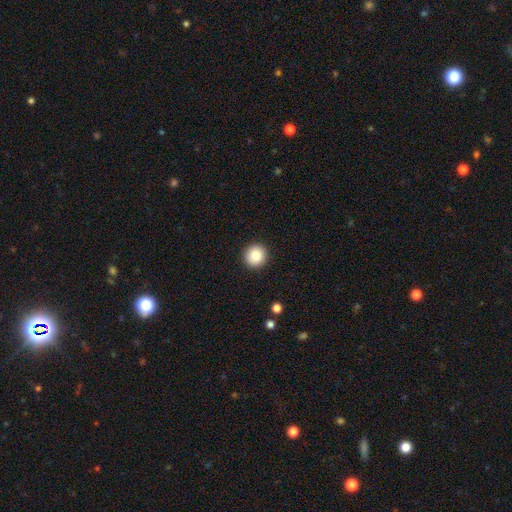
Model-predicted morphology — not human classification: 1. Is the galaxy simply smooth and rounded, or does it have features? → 83% smooth, 9% star or artifact, 8% featured or disk.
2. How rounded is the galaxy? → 95% round, 4% in between, 1% cigar-shaped.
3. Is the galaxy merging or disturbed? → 93% none, 5% minor disturbance, 2% major disturbance, 1% merger.